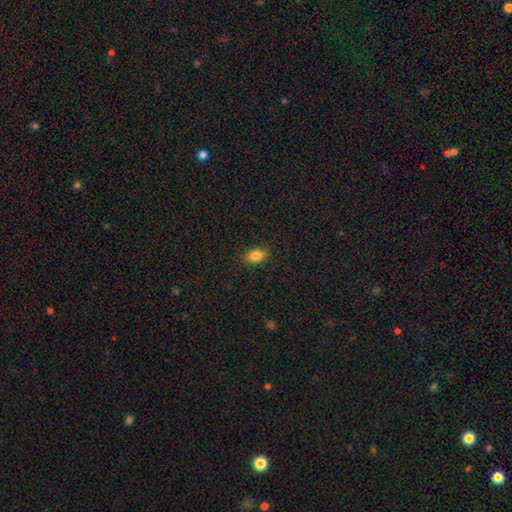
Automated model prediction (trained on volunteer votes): Morphology: type=smooth (84%); roundness=in between (83%); merging=none (86%).